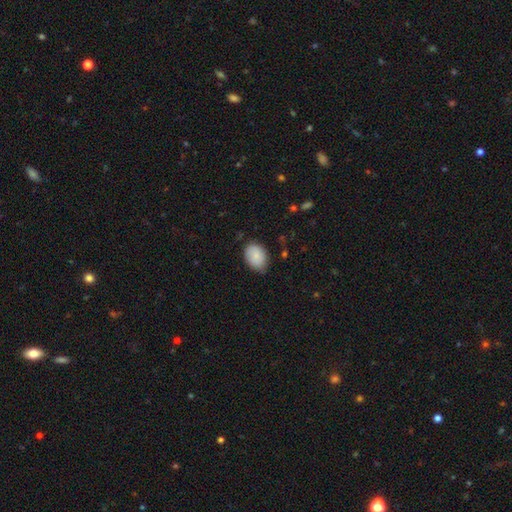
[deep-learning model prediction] Smooth or featured: smooth — 86% (featured or disk — 7%)
How rounded: in between — 78% (round — 21%)
Merging: none — 74% (minor disturbance — 22%)